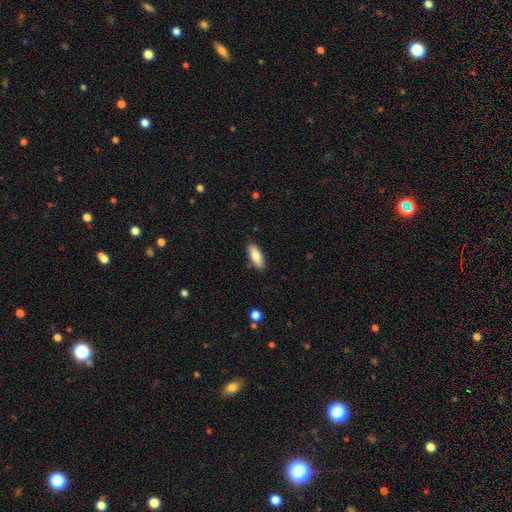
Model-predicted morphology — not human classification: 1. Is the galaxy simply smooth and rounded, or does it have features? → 83% smooth, 11% featured or disk, 6% star or artifact.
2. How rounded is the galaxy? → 71% in between, 27% cigar-shaped, 2% round.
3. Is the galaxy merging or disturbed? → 87% none, 9% minor disturbance, 2% major disturbance, 1% merger.